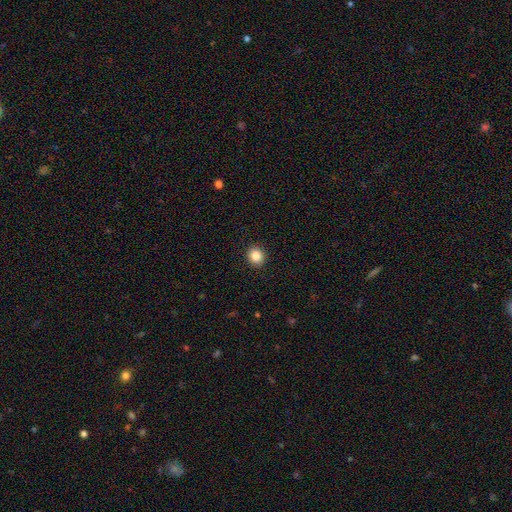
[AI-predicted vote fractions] Smooth or featured? Predicted: smooth (p=0.84). How rounded? Predicted: round (p=0.85). Merging? Predicted: none (p=0.92).